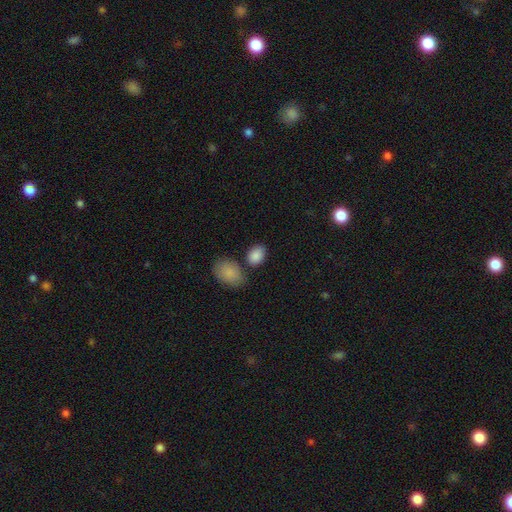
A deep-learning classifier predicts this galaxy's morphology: type=smooth (88%); roundness=in between (81%); merging=none (70%).